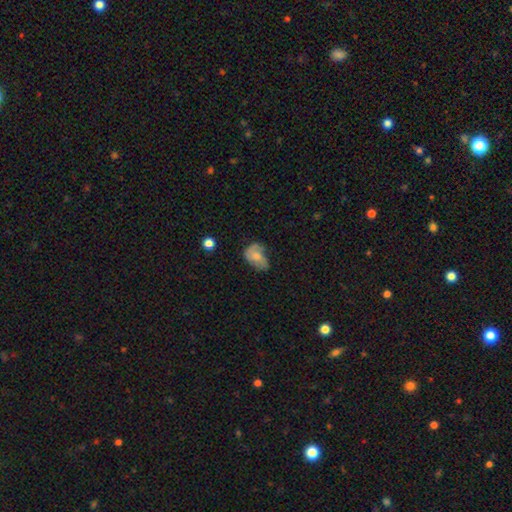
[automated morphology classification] smooth 57%, featured or disk 34%, star or artifact 9%. Down the decision tree: how rounded — in between (78%); merging — minor disturbance (38%).